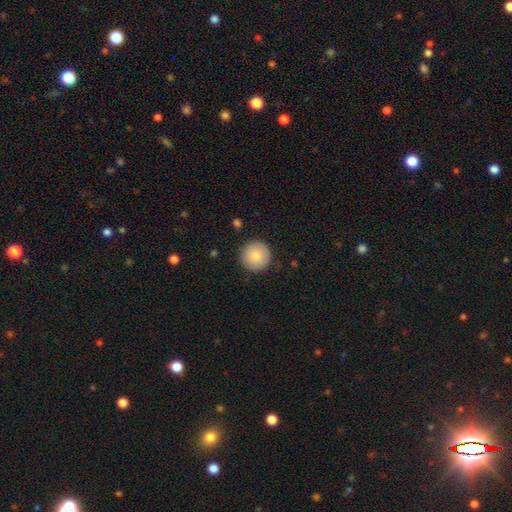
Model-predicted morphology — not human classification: Smooth or featured? smooth (83%)
How rounded? round (96%)
Merging? none (90%)